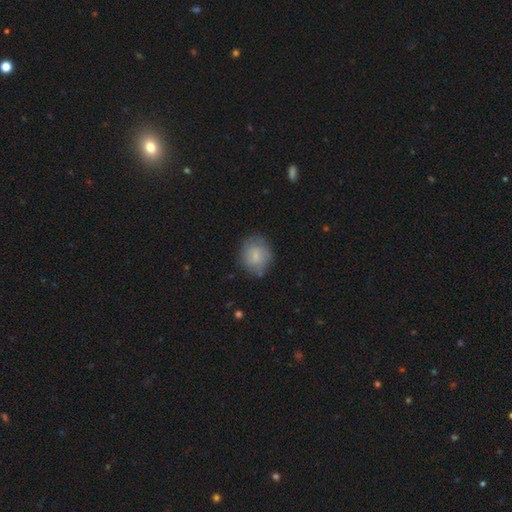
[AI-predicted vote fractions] smooth 77%, featured or disk 15%, star or artifact 8%. Down the decision tree: how rounded — round (74%); merging — none (72%).